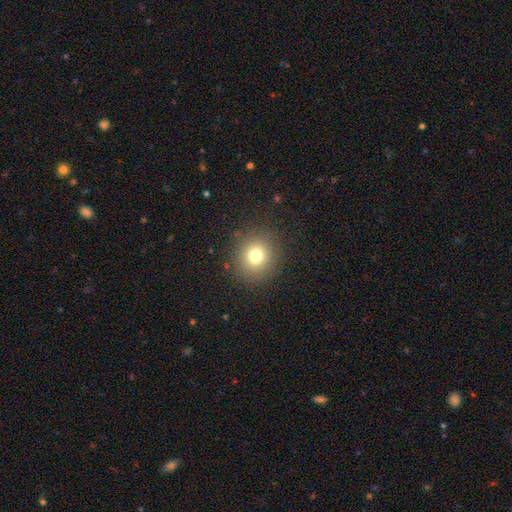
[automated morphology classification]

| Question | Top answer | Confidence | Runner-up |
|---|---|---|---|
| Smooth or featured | smooth | 76% | star or artifact (15%) |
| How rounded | round | 90% | in between (9%) |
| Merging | none | 88% | minor disturbance (7%) |